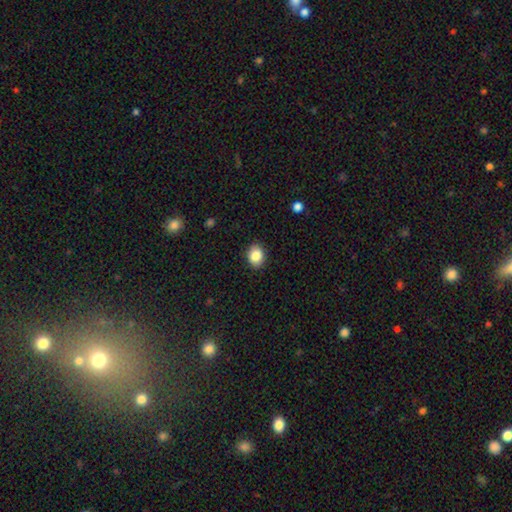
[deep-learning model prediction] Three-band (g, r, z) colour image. It shows a smooth galaxy with no disk features (86%) that is in between round and cigar-shaped (53%). Merging: none (89%).